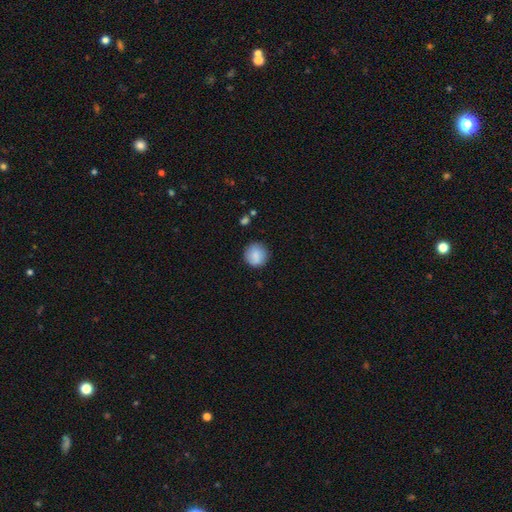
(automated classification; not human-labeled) smooth_or_featured: smooth (p=0.85) [alt: featured or disk p=0.08]
how_rounded: round (p=0.91) [alt: in between p=0.08]
merging: none (p=0.85) [alt: minor disturbance p=0.11]